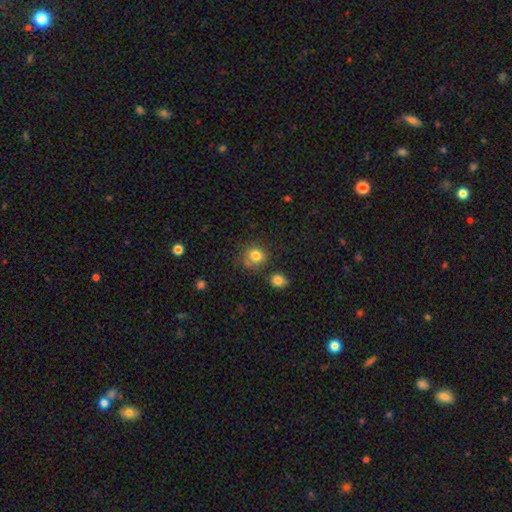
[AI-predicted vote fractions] The model was most divided on "merging": none: 71%, minor disturbance: 15%, merger: 9%, major disturbance: 5%. More confident: how rounded — round (85%); smooth or featured — smooth (80%).